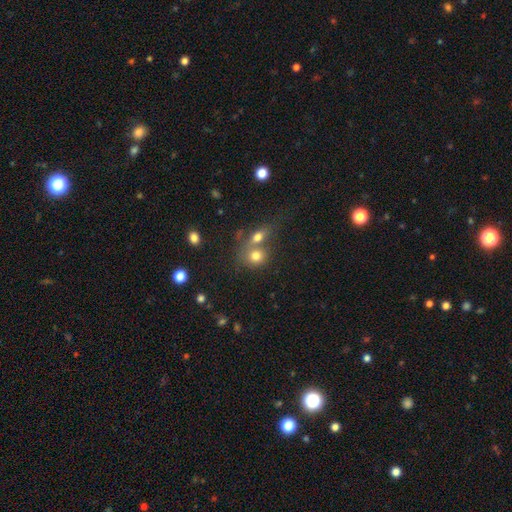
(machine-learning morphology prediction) A smooth galaxy with no disk features (76%) that is round (68%).

Vote fractions:
- Smooth or featured? smooth: 76% / featured or disk: 12% / star or artifact: 12%
- How rounded? round: 68% / in between: 30% / cigar-shaped: 2%
- Merging? merger: 53% / none: 35% / minor disturbance: 8% / major disturbance: 4%